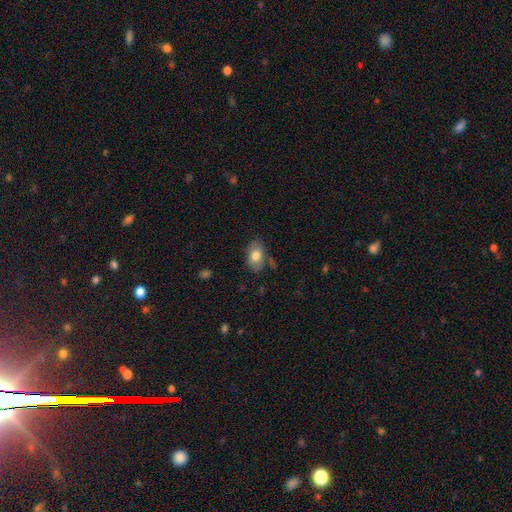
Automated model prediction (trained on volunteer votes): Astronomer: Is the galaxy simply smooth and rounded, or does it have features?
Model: smooth — 75%.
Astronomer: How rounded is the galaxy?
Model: in between — 90%.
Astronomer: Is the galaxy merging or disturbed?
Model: none — 74%.